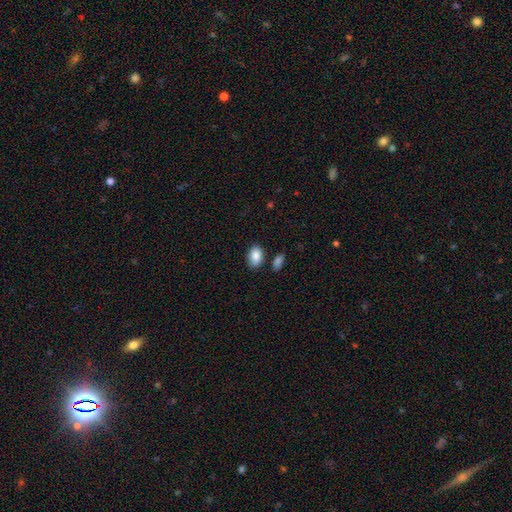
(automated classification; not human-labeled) smooth-or-featured: smooth: 86% | featured or disk: 7% | star or artifact: 7%
  how-rounded: in between: 90% | round: 8% | cigar-shaped: 1%
  merging: none: 81% | minor disturbance: 11% | merger: 6% | major disturbance: 3%